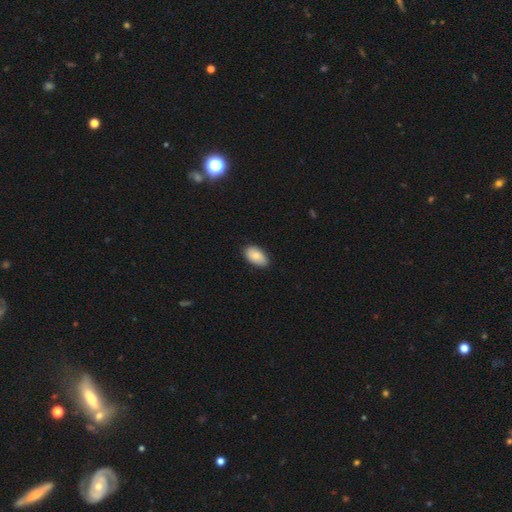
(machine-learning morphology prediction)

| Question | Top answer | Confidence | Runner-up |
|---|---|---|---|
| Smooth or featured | smooth | 83% | featured or disk (11%) |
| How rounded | in between | 94% | round (4%) |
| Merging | none | 85% | minor disturbance (12%) |